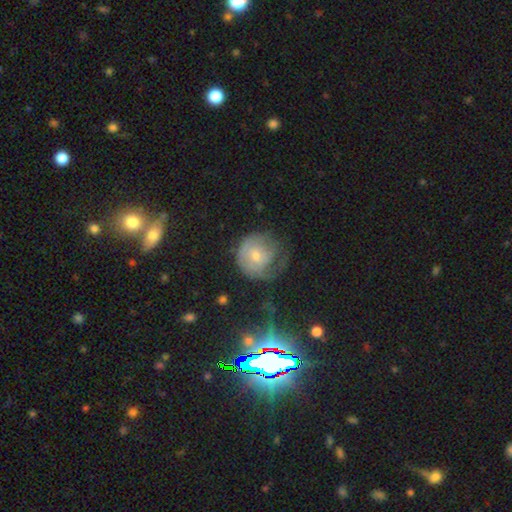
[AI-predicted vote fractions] Smooth or featured? featured or disk (49%)
Merging? none (48%)